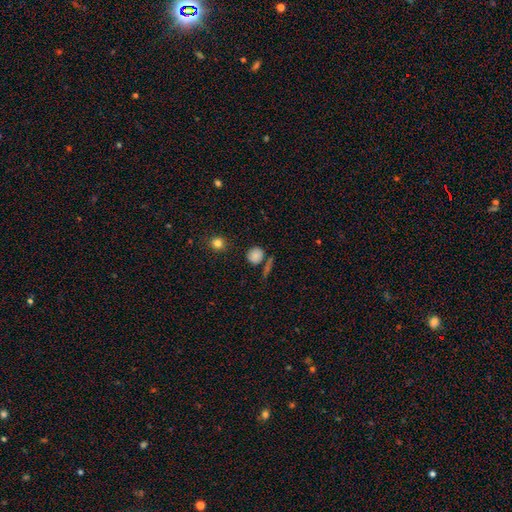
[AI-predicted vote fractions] Morphology: type=smooth (80%); roundness=round (85%); merging=none (76%).